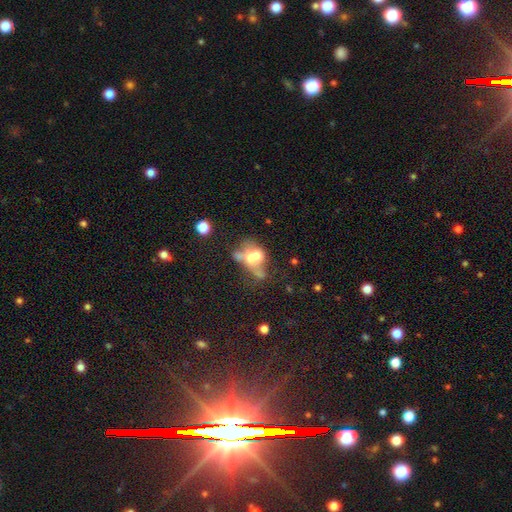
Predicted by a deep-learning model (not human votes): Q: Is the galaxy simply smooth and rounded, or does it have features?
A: smooth — 45%.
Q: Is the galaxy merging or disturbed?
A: merger — 59%.